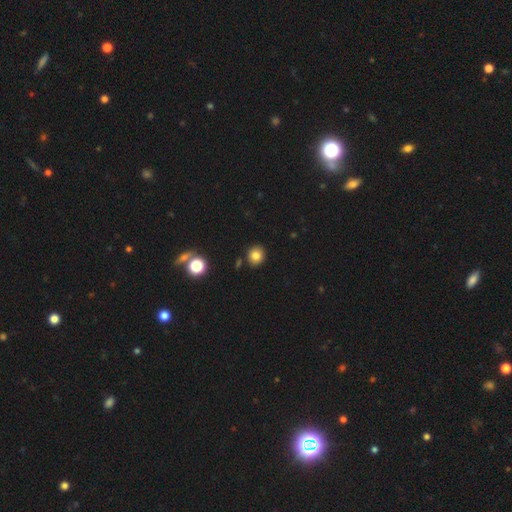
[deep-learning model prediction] Smooth or featured? Predicted: smooth (p=0.82). How rounded? Predicted: round (p=0.80). Merging? Predicted: none (p=0.87).